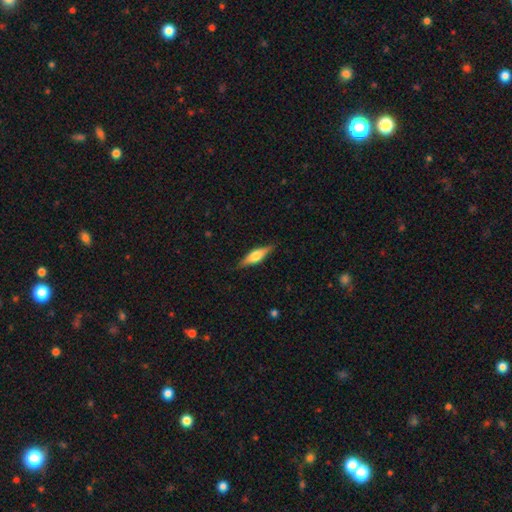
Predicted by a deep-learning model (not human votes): A featured or disk galaxy (51%) viewed edge-on (94%). Merging: none (87%).